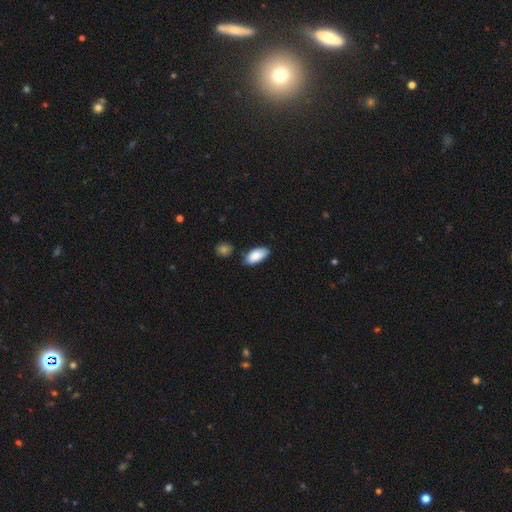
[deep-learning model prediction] A smooth galaxy with no disk features (85%) that is in between round and cigar-shaped (93%).

Vote fractions:
- Smooth or featured? smooth: 85% / featured or disk: 9% / star or artifact: 6%
- How rounded? in between: 93% / cigar-shaped: 5% / round: 2%
- Merging? none: 74% / minor disturbance: 18% / merger: 5% / major disturbance: 3%